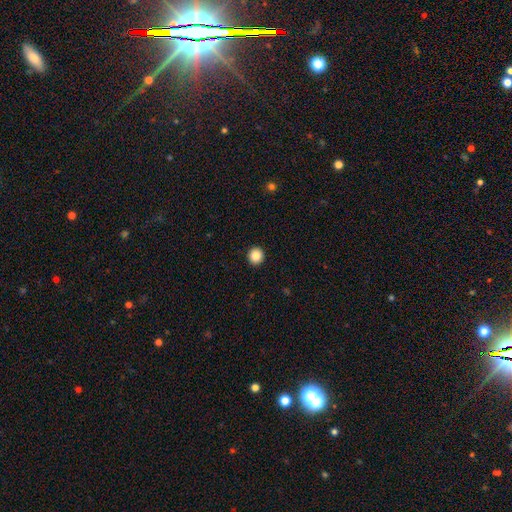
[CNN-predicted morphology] This appears to be a smooth galaxy with no disk features (85%) that is round (93%). Merging: none (94%).